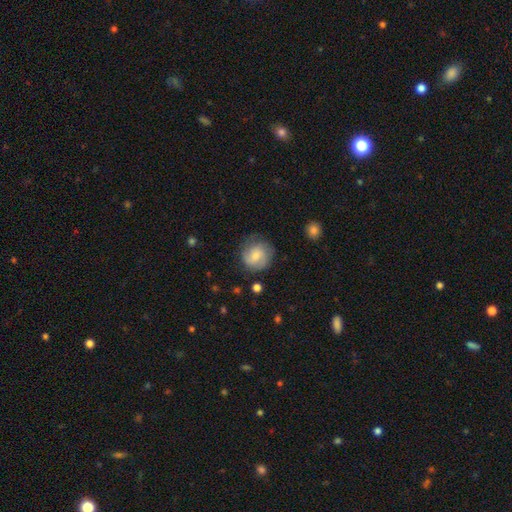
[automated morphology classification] This is likely a smooth galaxy (63%). How rounded: clearly round (87%). Merging: likely none (72%).